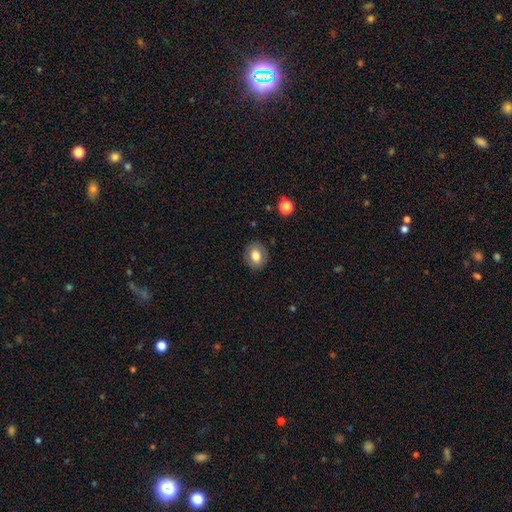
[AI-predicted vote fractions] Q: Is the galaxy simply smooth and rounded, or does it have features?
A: smooth — 76%.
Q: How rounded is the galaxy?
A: round — 62%.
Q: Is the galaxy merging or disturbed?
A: none — 86%.